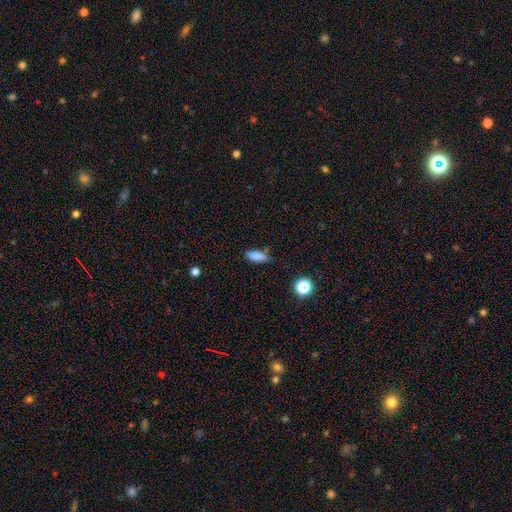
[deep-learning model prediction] This appears to be a smooth galaxy with no disk features (80%) that is in between round and cigar-shaped (73%). Merging: none (65%).